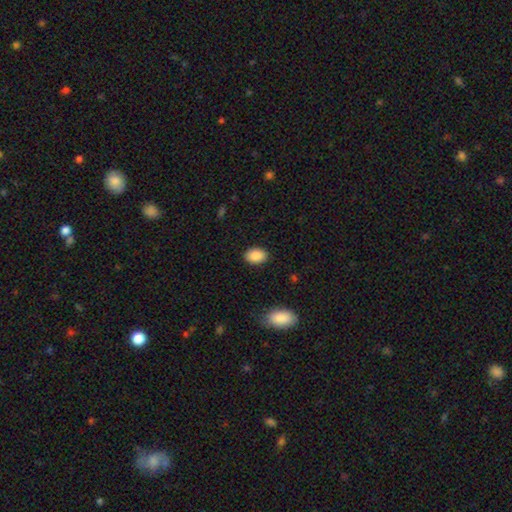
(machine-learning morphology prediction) Smooth or featured: smooth — 89% (star or artifact — 7%)
How rounded: in between — 86% (round — 13%)
Merging: none — 88% (minor disturbance — 8%)